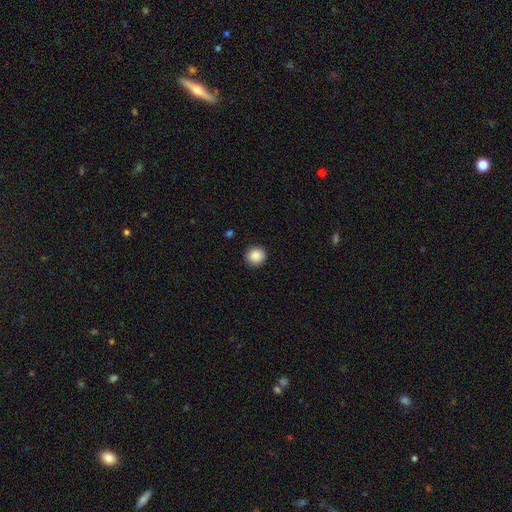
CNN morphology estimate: The model was most divided on "smooth or featured": smooth: 88%, star or artifact: 9%, featured or disk: 3%. More confident: how rounded — round (92%); merging — none (91%).